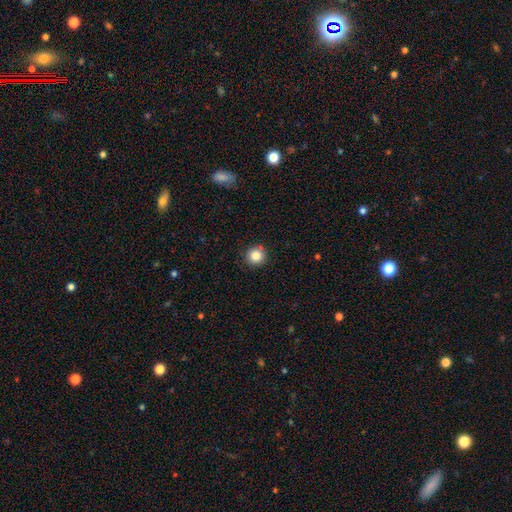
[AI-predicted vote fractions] Q: Smooth or featured?
A: smooth (85%); runner-up: star or artifact (10%)
Q: How rounded?
A: round (94%); runner-up: in between (6%)
Q: Merging?
A: none (88%); runner-up: minor disturbance (8%)